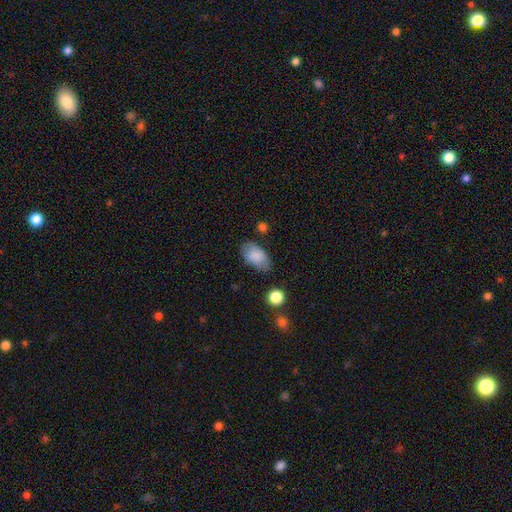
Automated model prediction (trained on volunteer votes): Smooth or featured? Predicted: smooth (p=0.82). How rounded? Predicted: in between (p=0.93). Merging? Predicted: none (p=0.70).